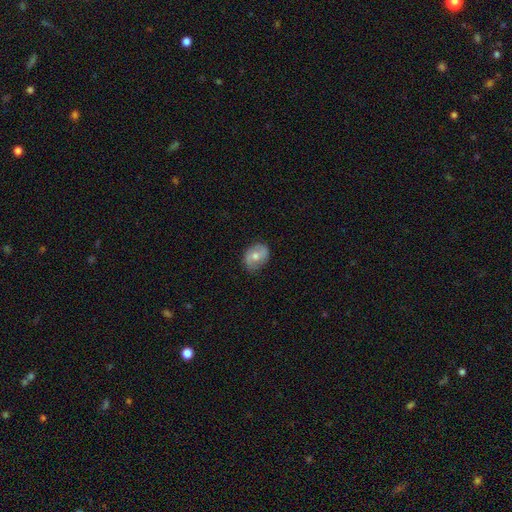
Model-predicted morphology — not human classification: smooth-or-featured: smooth: 53% | featured or disk: 39% | star or artifact: 8%
  how-rounded: in between: 62% | round: 37% | cigar-shaped: 1%
  merging: none: 75% | minor disturbance: 19% | major disturbance: 4% | merger: 1%